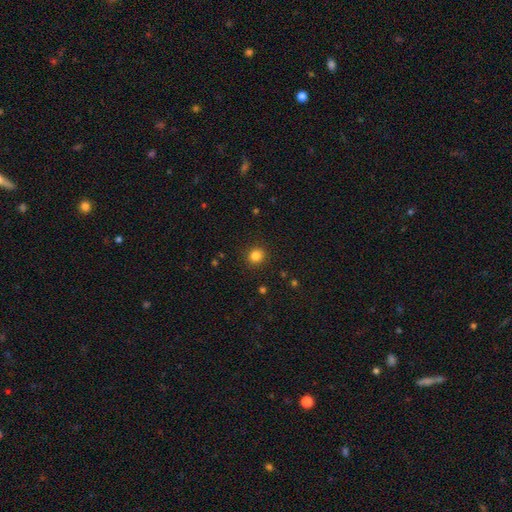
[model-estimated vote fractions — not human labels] Smooth or featured? Predicted: smooth (p=0.84). How rounded? Predicted: round (p=0.90). Merging? Predicted: none (p=0.91).